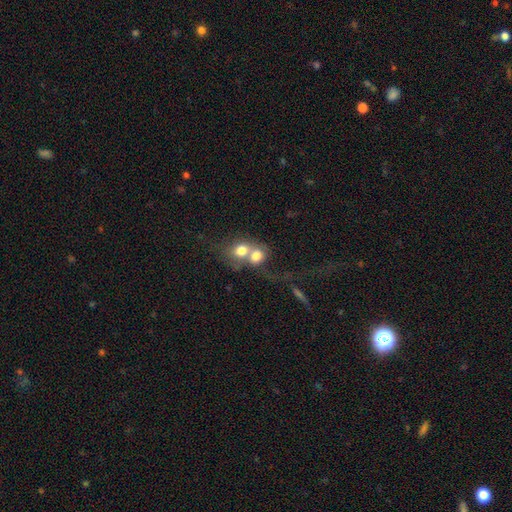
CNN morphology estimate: Smooth or featured? Predicted: smooth (p=0.69). How rounded? Predicted: round (p=0.66). Merging? Predicted: merger (p=0.74).